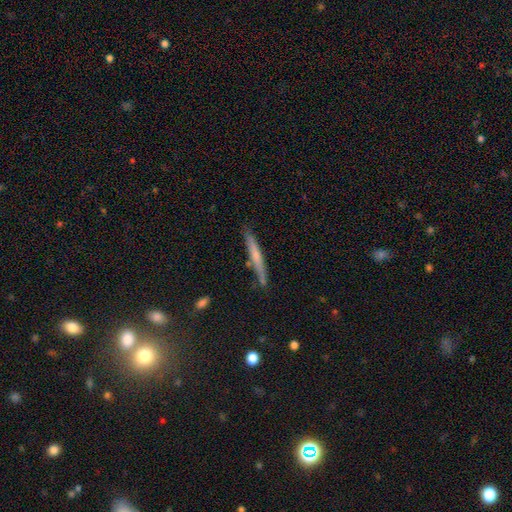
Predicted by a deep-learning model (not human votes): Smooth or featured? smooth (47%)
Merging? none (82%)